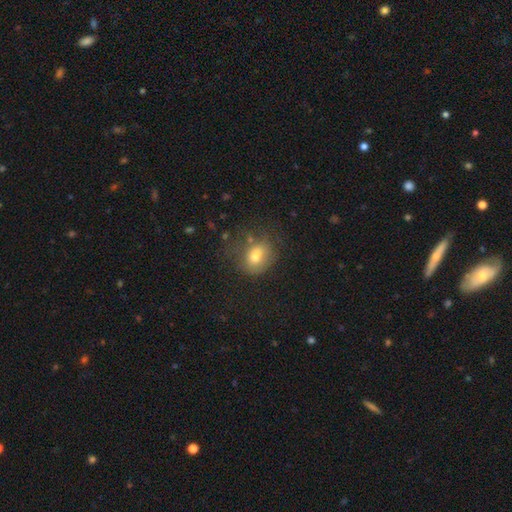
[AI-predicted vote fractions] The model was most divided on "how rounded": in between: 57%, round: 42%, cigar-shaped: 1%. More confident: smooth or featured — smooth (74%); merging — none (54%).